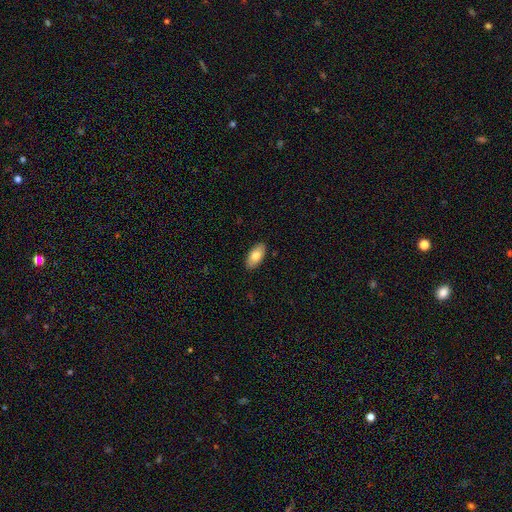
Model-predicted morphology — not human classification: Q: Smooth or featured?
A: smooth (79%); runner-up: featured or disk (15%)
Q: How rounded?
A: in between (93%); runner-up: cigar-shaped (5%)
Q: Merging?
A: none (90%); runner-up: minor disturbance (8%)